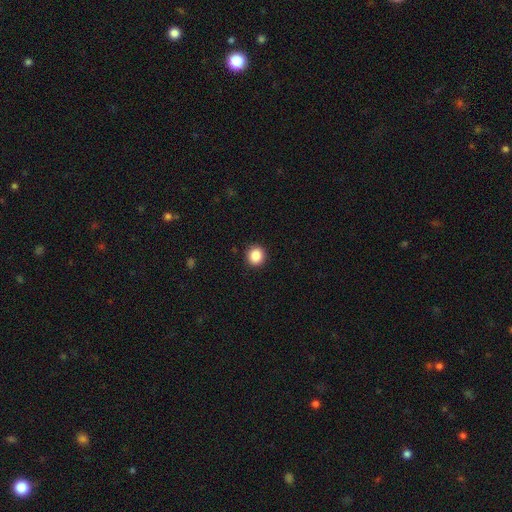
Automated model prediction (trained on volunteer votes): Smooth or featured? smooth (87%)
How rounded? round (91%)
Merging? none (92%)